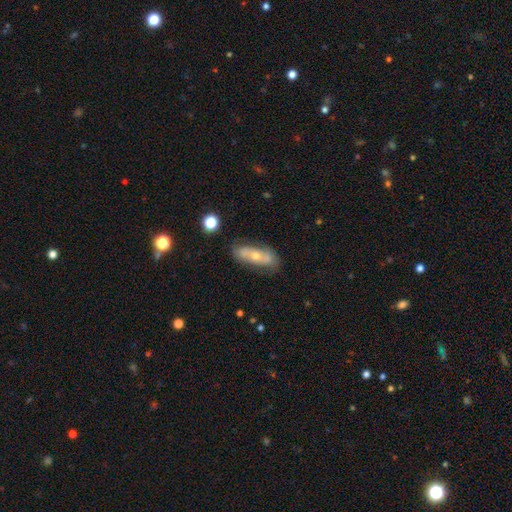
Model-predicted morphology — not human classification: Smooth or featured? Predicted: featured or disk (p=0.56). Edge-on disk? Predicted: no (p=0.73). Merging? Predicted: none (p=0.71).